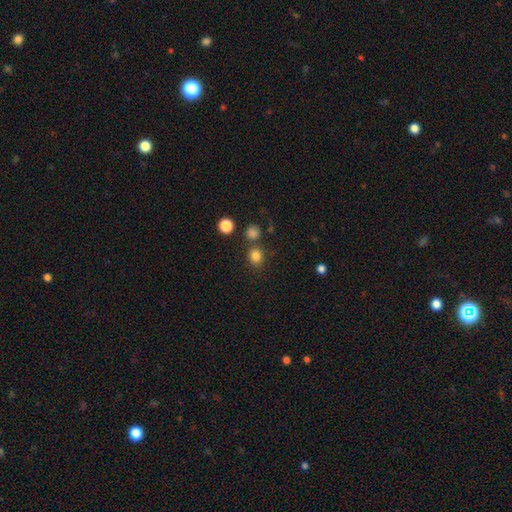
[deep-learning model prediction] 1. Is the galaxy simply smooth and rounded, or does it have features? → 82% smooth, 14% star or artifact, 5% featured or disk.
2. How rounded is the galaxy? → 79% round, 20% in between, 1% cigar-shaped.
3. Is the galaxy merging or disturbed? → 76% none, 11% merger, 9% minor disturbance, 3% major disturbance.